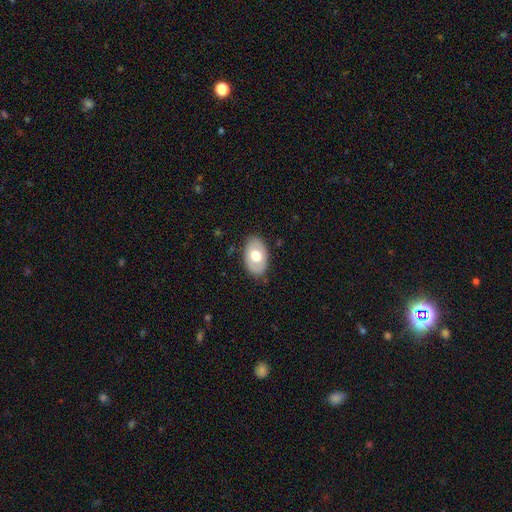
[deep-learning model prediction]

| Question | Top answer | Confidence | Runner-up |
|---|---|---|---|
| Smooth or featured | smooth | 60% | featured or disk (35%) |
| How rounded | in between | 87% | round (12%) |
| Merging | none | 82% | minor disturbance (14%) |